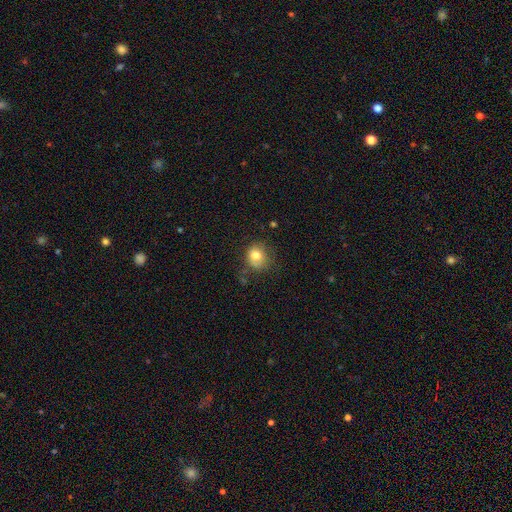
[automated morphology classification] smooth-or-featured: smooth: 77% | featured or disk: 12% | star or artifact: 10%
  how-rounded: round: 71% | in between: 28% | cigar-shaped: 1%
  merging: none: 62% | minor disturbance: 25% | major disturbance: 10% | merger: 4%